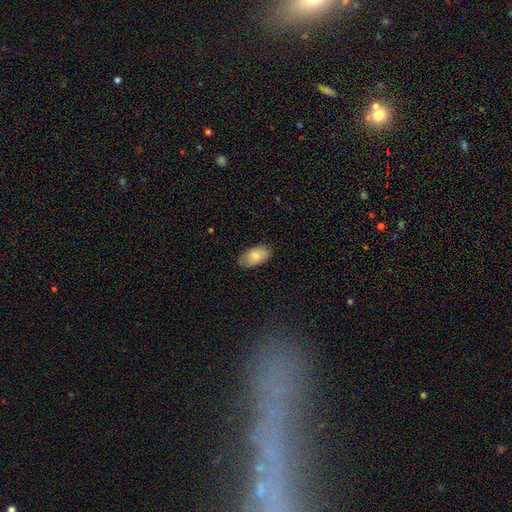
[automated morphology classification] The model was most divided on "merging": none: 82%, minor disturbance: 14%, major disturbance: 3%, merger: 1%. More confident: how rounded — in between (95%); smooth or featured — smooth (82%).